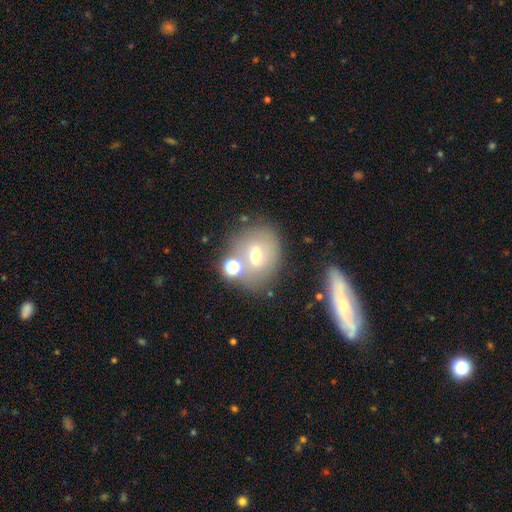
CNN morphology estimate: A smooth galaxy with no disk features (57%) that is round (66%).

Vote fractions:
- Smooth or featured? smooth: 57% / featured or disk: 29% / star or artifact: 15%
- How rounded? round: 66% / in between: 32% / cigar-shaped: 1%
- Merging? none: 63% / merger: 16% / minor disturbance: 14% / major disturbance: 7%